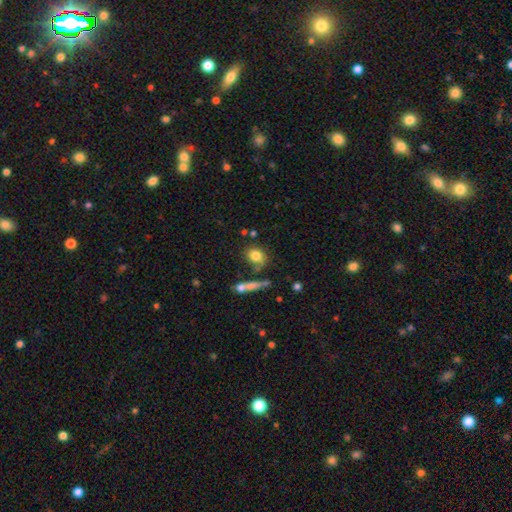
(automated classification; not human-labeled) A smooth galaxy with no disk features (79%) that is round (60%).

Vote fractions:
- Smooth or featured? smooth: 79% / featured or disk: 11% / star or artifact: 10%
- How rounded? round: 60% / in between: 36% / cigar-shaped: 4%
- Merging? none: 67% / minor disturbance: 15% / merger: 12% / major disturbance: 6%